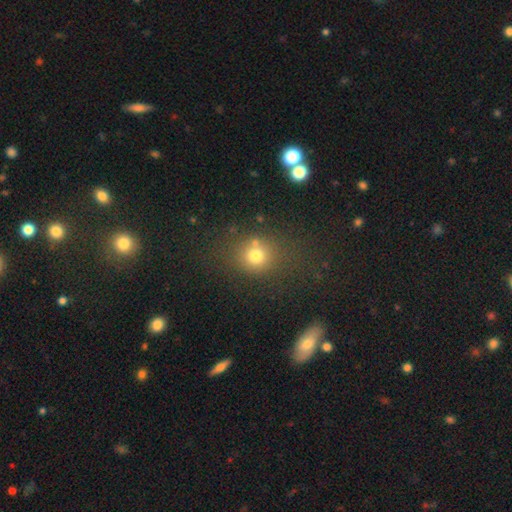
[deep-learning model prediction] This is likely a smooth galaxy (74%). How rounded: clearly round (80%). Merging: likely none (68%).